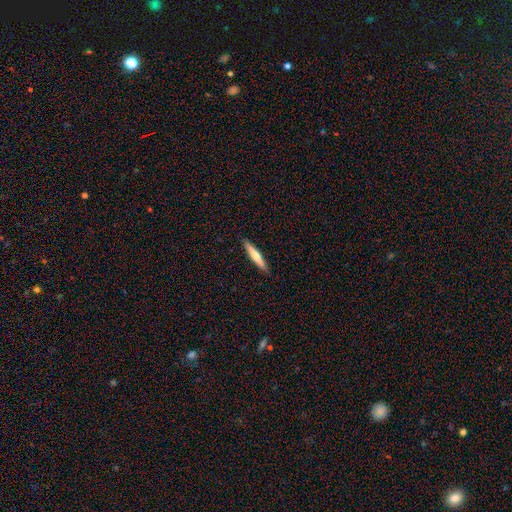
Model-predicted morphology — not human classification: Smooth or featured? smooth (57%)
How rounded? cigar-shaped (92%)
Merging? none (90%)